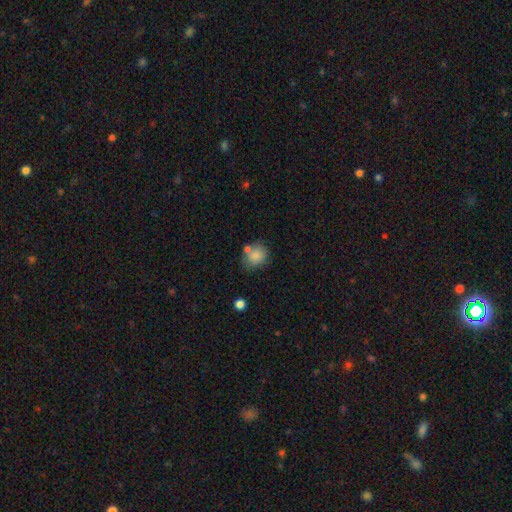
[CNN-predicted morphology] This is clearly a smooth galaxy (83%). How rounded: likely round (74%). Merging: possibly none (60%).